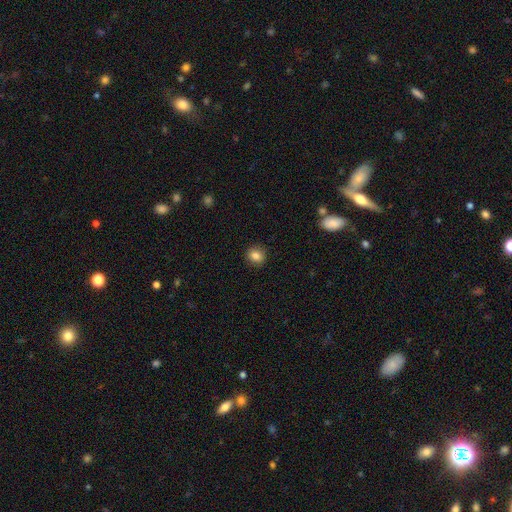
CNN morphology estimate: smooth 84%, star or artifact 10%, featured or disk 6%. Down the decision tree: how rounded — round (79%); merging — none (90%).